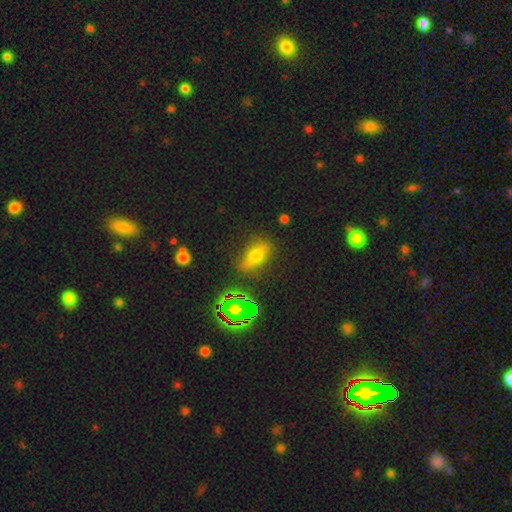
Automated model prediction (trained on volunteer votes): smooth 52%, featured or disk 25%, star or artifact 23%. Down the decision tree: how rounded — in between (76%); merging — none (73%).